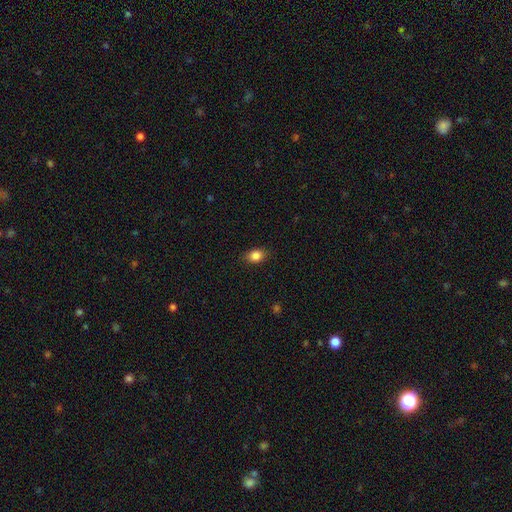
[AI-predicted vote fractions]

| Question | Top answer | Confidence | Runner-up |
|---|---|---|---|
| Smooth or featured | smooth | 85% | star or artifact (9%) |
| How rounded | in between | 71% | round (28%) |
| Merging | none | 86% | minor disturbance (11%) |